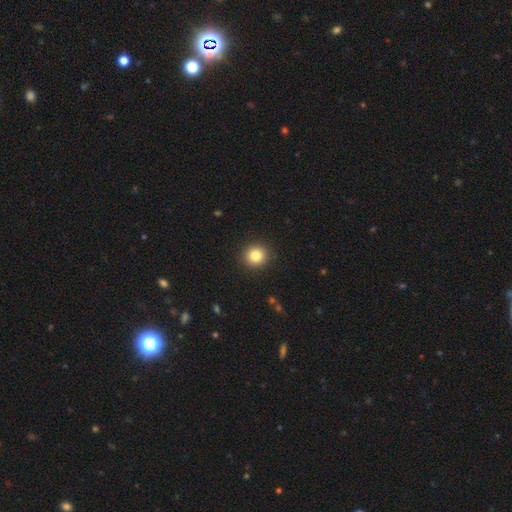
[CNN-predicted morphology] type=smooth (84%); roundness=round (91%); merging=none (91%).